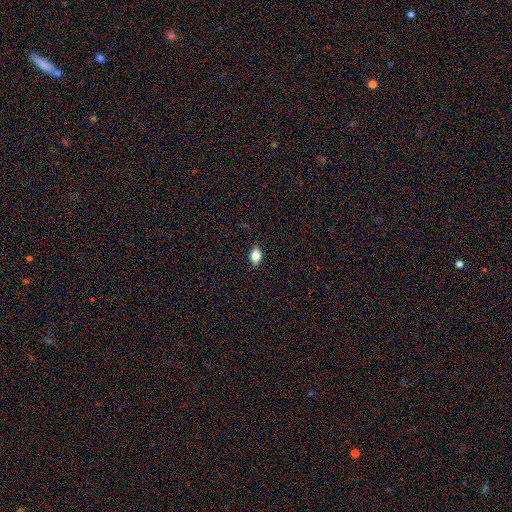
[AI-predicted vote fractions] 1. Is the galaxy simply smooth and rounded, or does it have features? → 80% smooth, 11% featured or disk, 9% star or artifact.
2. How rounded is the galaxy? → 85% in between, 11% round, 3% cigar-shaped.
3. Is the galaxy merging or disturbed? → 87% none, 10% minor disturbance, 2% major disturbance, 1% merger.